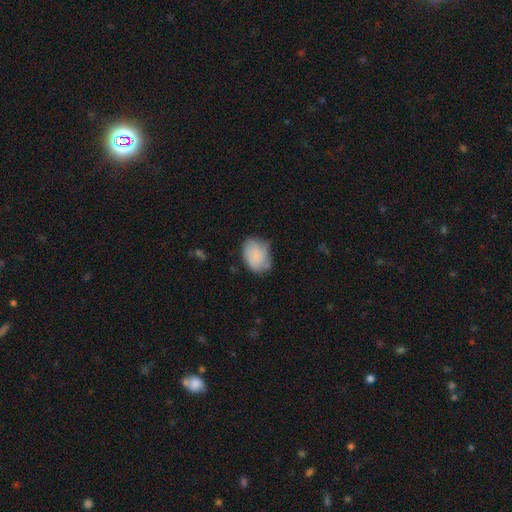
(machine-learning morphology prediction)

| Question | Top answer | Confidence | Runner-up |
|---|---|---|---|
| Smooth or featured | smooth | 74% | featured or disk (19%) |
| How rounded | in between | 73% | round (26%) |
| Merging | none | 52% | minor disturbance (36%) |